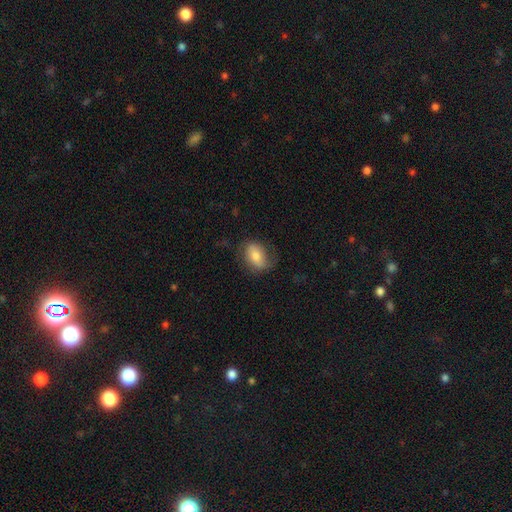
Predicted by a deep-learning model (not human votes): Q: Smooth or featured?
A: smooth (69%); runner-up: featured or disk (24%)
Q: How rounded?
A: in between (83%); runner-up: round (15%)
Q: Merging?
A: none (67%); runner-up: minor disturbance (22%)